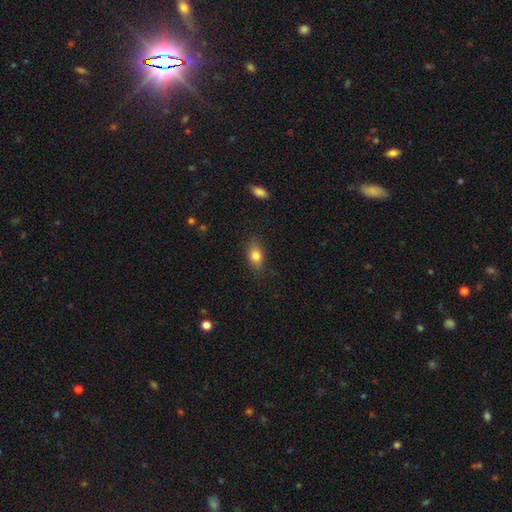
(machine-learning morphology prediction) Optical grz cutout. It shows a smooth galaxy with no disk features (80%) that is in between round and cigar-shaped (80%). Merging: none (81%).